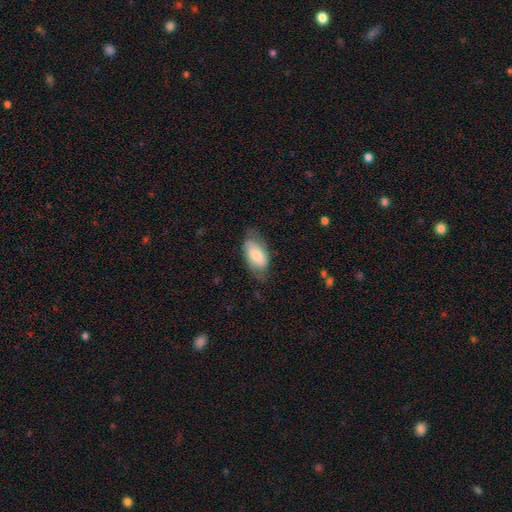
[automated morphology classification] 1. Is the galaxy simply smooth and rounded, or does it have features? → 65% smooth, 29% featured or disk, 6% star or artifact.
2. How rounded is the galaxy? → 93% in between, 4% round, 3% cigar-shaped.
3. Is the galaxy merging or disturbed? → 59% none, 29% minor disturbance, 11% major disturbance, 1% merger.